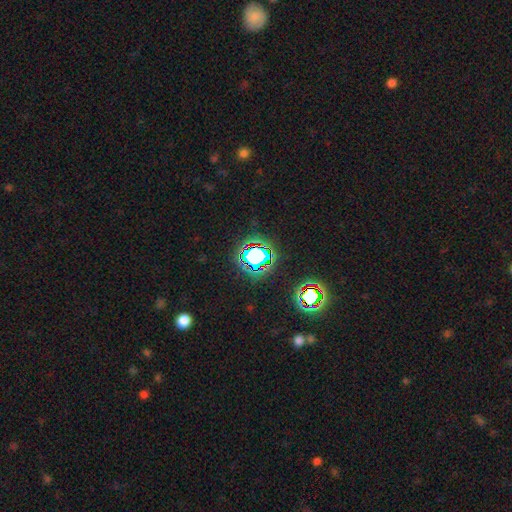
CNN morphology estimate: The model was most divided on "smooth or featured": star or artifact: 63%, smooth: 24%, featured or disk: 13%.